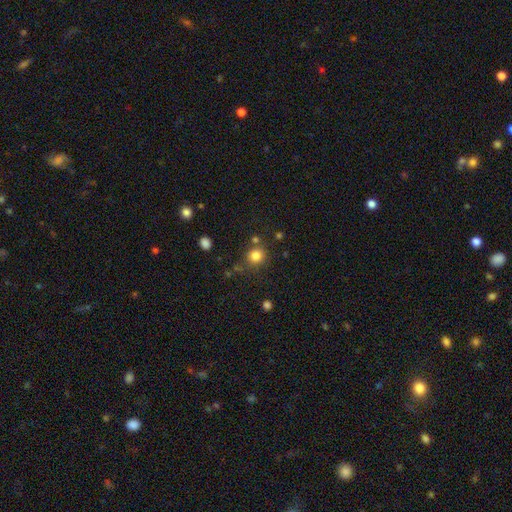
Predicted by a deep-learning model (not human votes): This is clearly a smooth galaxy (81%). How rounded: clearly round (87%). Merging: likely none (75%).